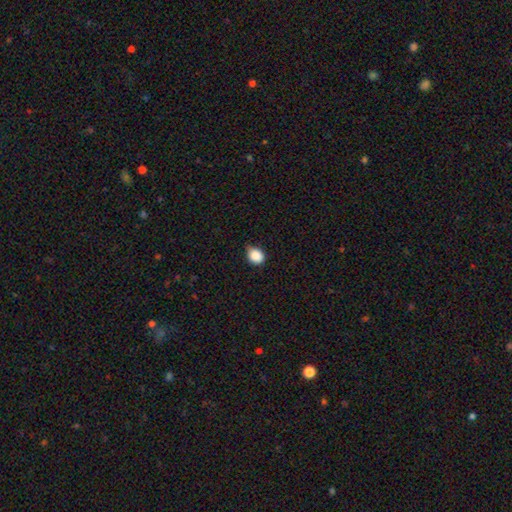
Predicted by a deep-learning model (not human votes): This is clearly a smooth galaxy (88%). How rounded: possibly in between (50%). Merging: likely none (64%).